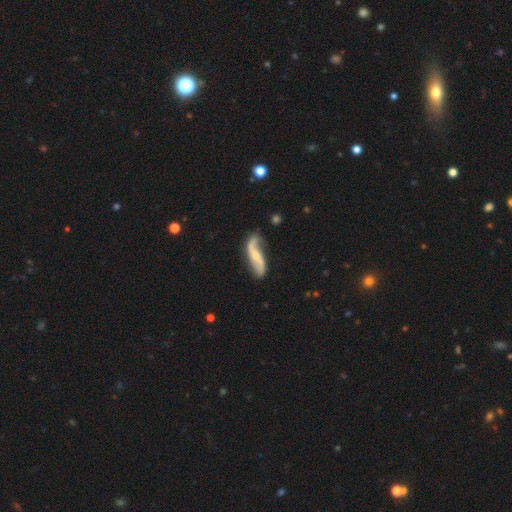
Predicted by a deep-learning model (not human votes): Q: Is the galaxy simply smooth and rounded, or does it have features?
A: featured or disk — 77%.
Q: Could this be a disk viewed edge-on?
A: no — 90%.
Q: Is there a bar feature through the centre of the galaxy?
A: no — 46%.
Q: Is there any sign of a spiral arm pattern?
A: yes — 93%.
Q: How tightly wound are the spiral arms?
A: loose — 83%.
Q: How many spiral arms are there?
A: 2 — 89%.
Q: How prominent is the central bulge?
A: small — 57%.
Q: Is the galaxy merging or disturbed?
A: none — 62%.